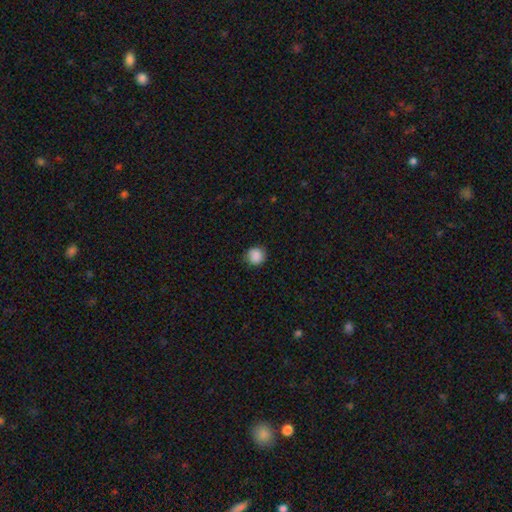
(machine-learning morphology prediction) Smooth or featured: smooth — 88% (star or artifact — 9%)
How rounded: round — 92% (in between — 7%)
Merging: none — 88% (minor disturbance — 9%)